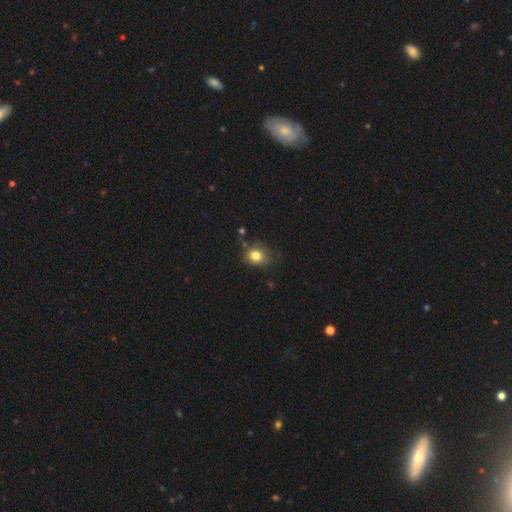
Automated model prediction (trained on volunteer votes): Overall: smooth (81%). How rounded: round (61%; in between 38%). Merging: none (69%).